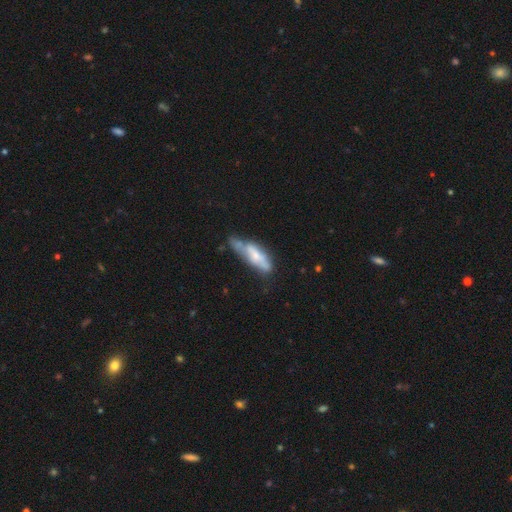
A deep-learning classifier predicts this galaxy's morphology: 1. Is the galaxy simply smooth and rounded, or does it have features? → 47% smooth, 46% featured or disk, 7% star or artifact.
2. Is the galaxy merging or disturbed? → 36% none, 31% minor disturbance, 17% major disturbance, 15% merger.